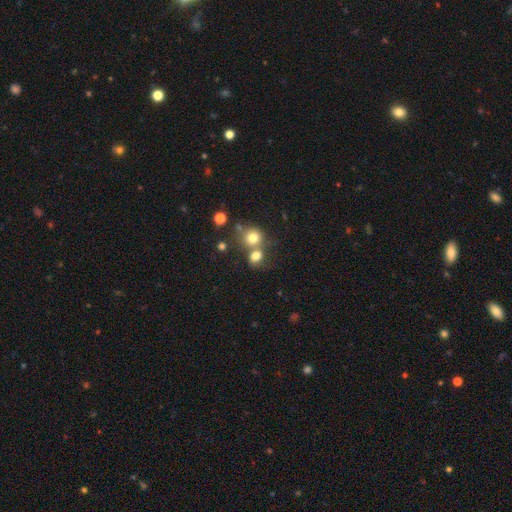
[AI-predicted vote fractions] smooth-or-featured: smooth: 76% | star or artifact: 13% | featured or disk: 11%
  how-rounded: round: 68% | in between: 31% | cigar-shaped: 1%
  merging: merger: 46% | none: 40% | minor disturbance: 9% | major disturbance: 5%